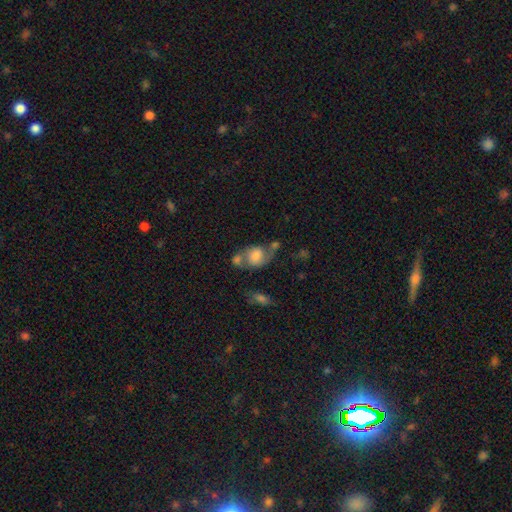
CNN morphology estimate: Smooth or featured?
  - smooth: 53% *
  - featured or disk: 38%
  - star or artifact: 10%
How rounded?
  - in between: 57% *
  - round: 41%
  - cigar-shaped: 2%
Merging?
  - merger: 39% *
  - none: 31%
  - minor disturbance: 16%
  - major disturbance: 13%